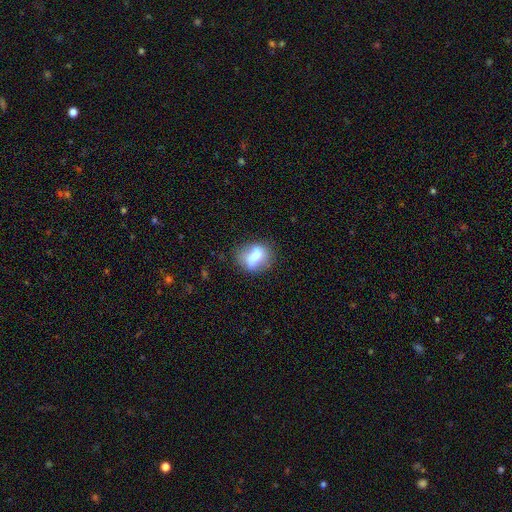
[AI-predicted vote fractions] smooth-or-featured: smooth: 61% | featured or disk: 30% | star or artifact: 9%
  how-rounded: round: 51% | in between: 46% | cigar-shaped: 3%
  merging: none: 75% | minor disturbance: 17% | major disturbance: 6% | merger: 2%